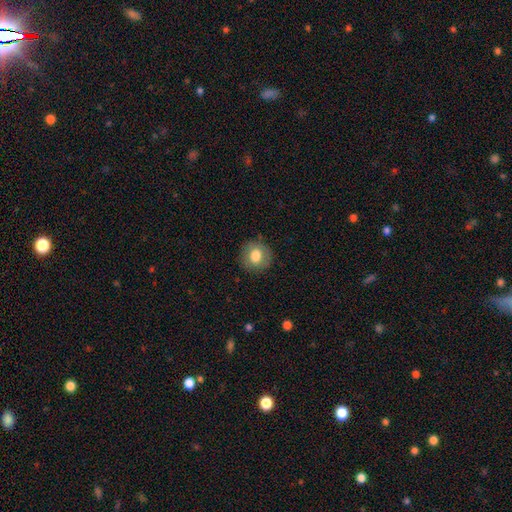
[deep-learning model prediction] smooth_or_featured: smooth (p=0.76) [alt: featured or disk p=0.16]
how_rounded: round (p=0.87) [alt: in between p=0.12]
merging: none (p=0.86) [alt: minor disturbance p=0.10]